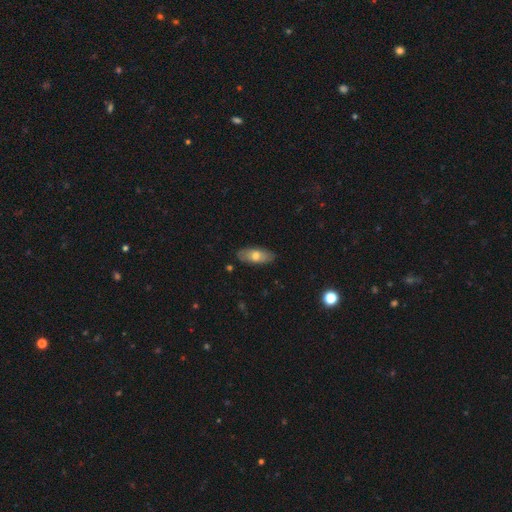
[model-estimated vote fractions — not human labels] Smooth or featured?
  - smooth: 61% *
  - featured or disk: 32%
  - star or artifact: 6%
How rounded?
  - in between: 84% *
  - cigar-shaped: 13%
  - round: 3%
Merging?
  - none: 84% *
  - minor disturbance: 12%
  - major disturbance: 2%
  - merger: 1%